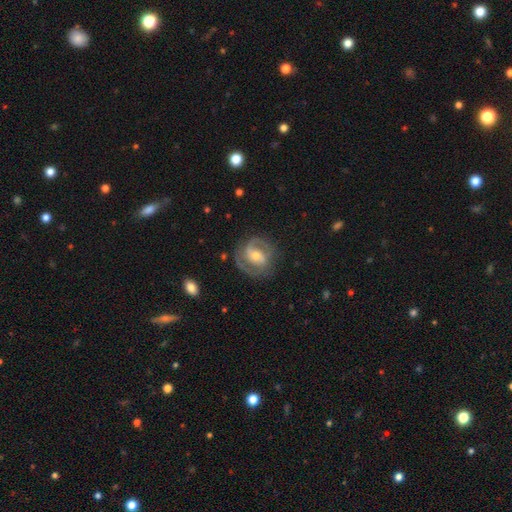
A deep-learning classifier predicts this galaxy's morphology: Q: Smooth or featured?
A: featured or disk (83%); runner-up: smooth (12%)
Q: Edge-on disk?
A: no (97%); runner-up: yes (3%)
Q: Bar?
A: weak (43%); runner-up: strong (31%)
Q: Spiral arms?
A: yes (91%); runner-up: no (9%)
Q: Spiral winding?
A: medium (47%); runner-up: tight (40%)
Q: Spiral arm count?
A: 2 (82%); runner-up: can't tell (7%)
Q: Bulge size?
A: moderate (58%); runner-up: small (35%)
Q: Merging?
A: none (75%); runner-up: minor disturbance (15%)